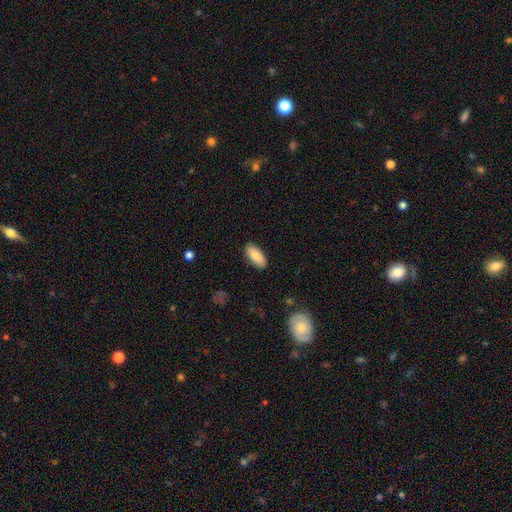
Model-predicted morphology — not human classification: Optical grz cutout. It shows a smooth galaxy with no disk features (87%) that is in between round and cigar-shaped (86%). Merging: none (88%).